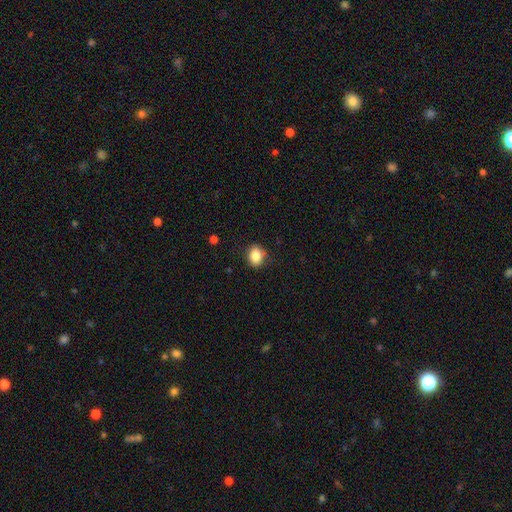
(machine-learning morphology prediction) Smooth or featured? Predicted: smooth (p=0.84). How rounded? Predicted: round (p=0.50). Merging? Predicted: none (p=0.83).